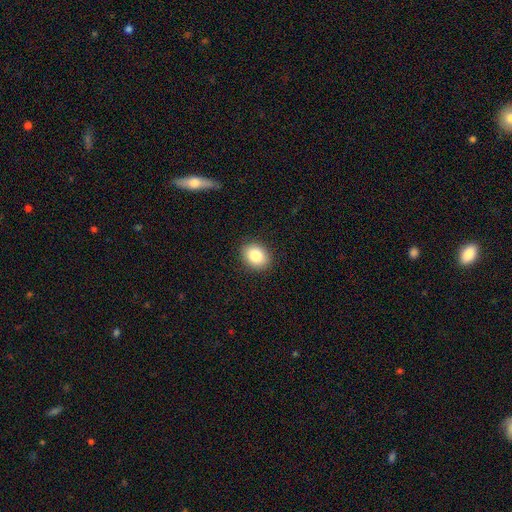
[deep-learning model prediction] Smooth or featured? smooth (85%)
How rounded? in between (51%)
Merging? none (89%)